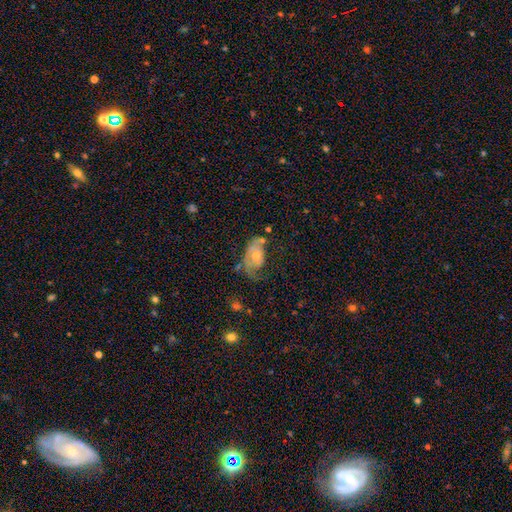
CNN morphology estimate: A featured or disk galaxy (60%) with no bar (81%), spiral arms (65%) and a moderate central bulge (59%).

Vote fractions:
- Smooth or featured? featured or disk: 60% / smooth: 31% / star or artifact: 9%
- Edge-on disk? no: 93% / yes: 7%
- Bar? no: 81% / weak: 15% / strong: 4%
- Spiral arms? yes: 65% / no: 35%
- Bulge size? moderate: 59% / small: 36% / large: 3% / none: 1% / dominant: 1%
- Merging? none: 40% / major disturbance: 27% / minor disturbance: 27% / merger: 6%